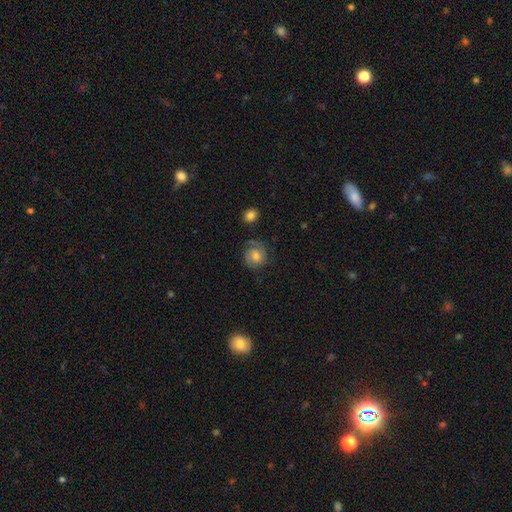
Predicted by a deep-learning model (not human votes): This is possibly a featured or disk galaxy (56%). It is clearly not viewed edge-on (98%). Bar: likely no (66%). Spiral arm pattern: clearly yes (90%). Central bulge: possibly moderate (60%). Merging: likely none (72%).